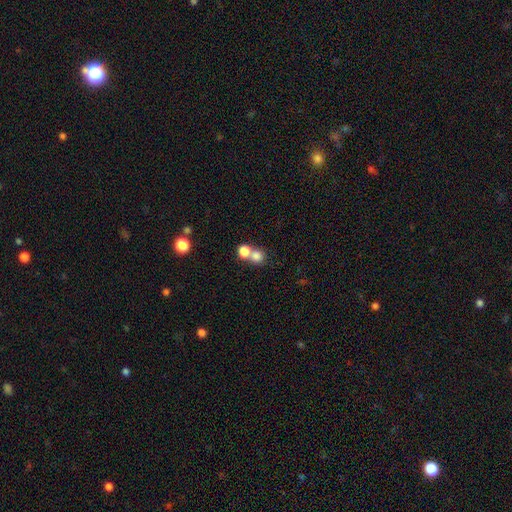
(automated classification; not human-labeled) This appears to be a smooth galaxy with no disk features (78%) that is round (83%). Merging: merger (52%).